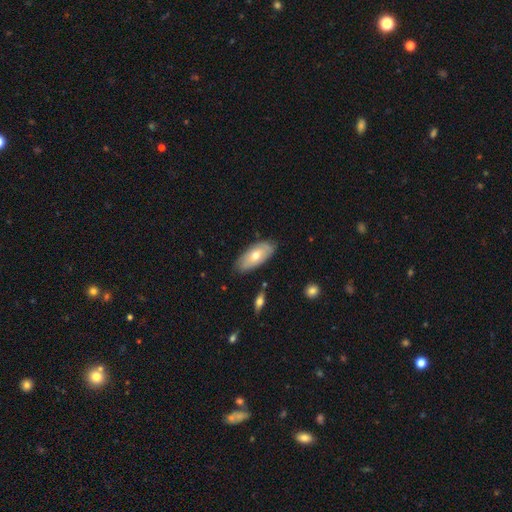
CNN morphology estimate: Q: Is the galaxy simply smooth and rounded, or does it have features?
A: smooth — 56%.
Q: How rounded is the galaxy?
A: in between — 90%.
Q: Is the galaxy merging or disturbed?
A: none — 79%.